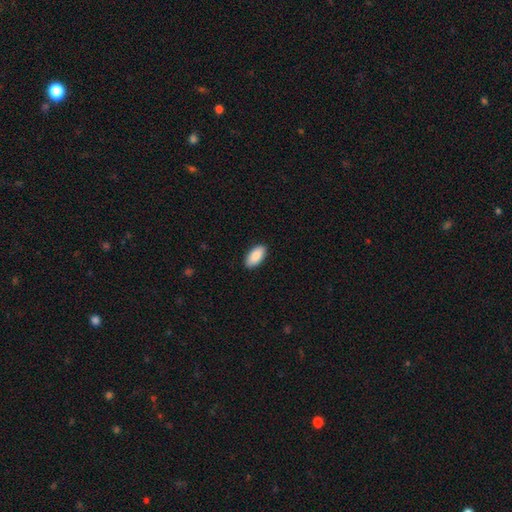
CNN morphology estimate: smooth 89%, star or artifact 6%, featured or disk 5%. Down the decision tree: how rounded — in between (94%); merging — none (90%).